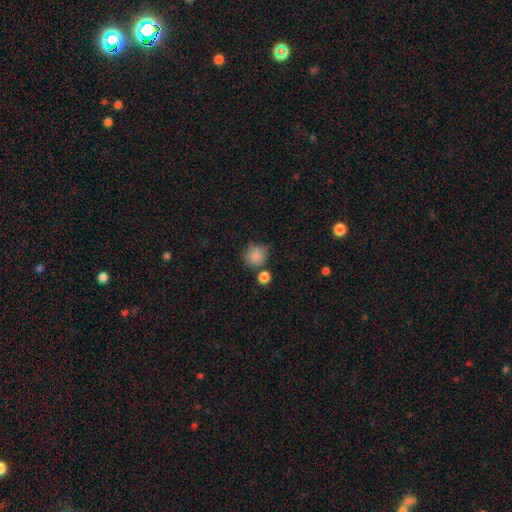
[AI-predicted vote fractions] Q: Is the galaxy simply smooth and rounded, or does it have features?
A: smooth — 86%.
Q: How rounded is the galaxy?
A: round — 88%.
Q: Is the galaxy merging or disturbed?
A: none — 67%.